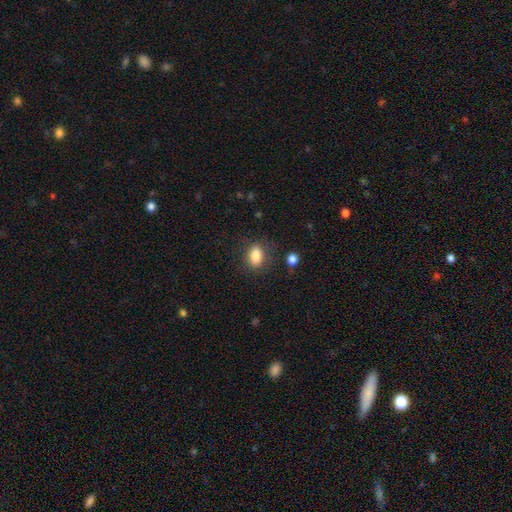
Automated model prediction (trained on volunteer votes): This is clearly a smooth galaxy (85%). How rounded: clearly in between (81%). Merging: clearly none (82%).